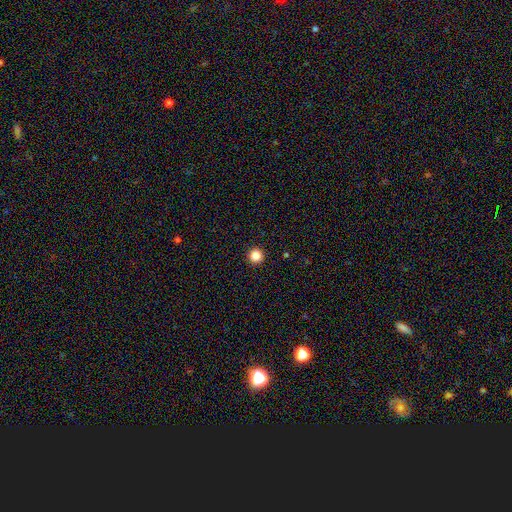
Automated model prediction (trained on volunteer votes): smooth 86%, star or artifact 11%, featured or disk 3%. Down the decision tree: how rounded — round (97%); merging — none (94%).